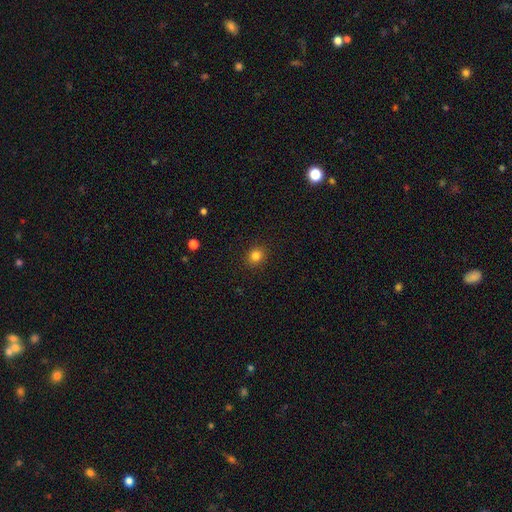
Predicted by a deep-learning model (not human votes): Smooth or featured? Predicted: smooth (p=0.82). How rounded? Predicted: round (p=0.79). Merging? Predicted: none (p=0.91).